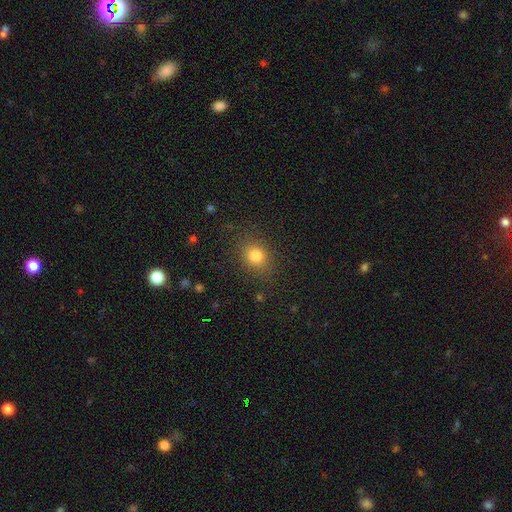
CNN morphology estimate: Smooth or featured: smooth — 80% (star or artifact — 13%)
How rounded: round — 58% (in between — 41%)
Merging: none — 82% (minor disturbance — 12%)